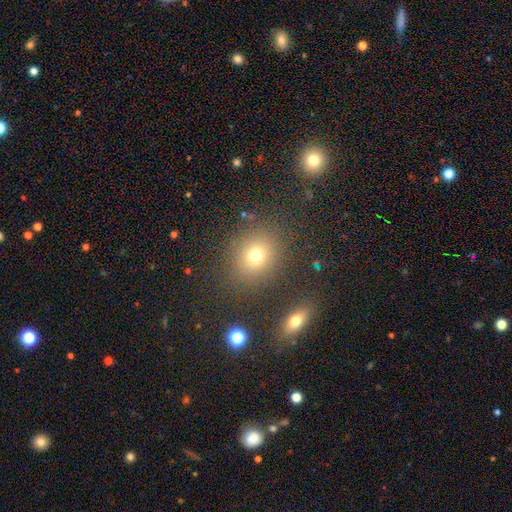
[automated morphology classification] Smooth or featured?
  - smooth: 72% *
  - star or artifact: 18%
  - featured or disk: 10%
How rounded?
  - round: 67% *
  - in between: 32%
  - cigar-shaped: 1%
Merging?
  - none: 84% *
  - minor disturbance: 9%
  - major disturbance: 4%
  - merger: 4%